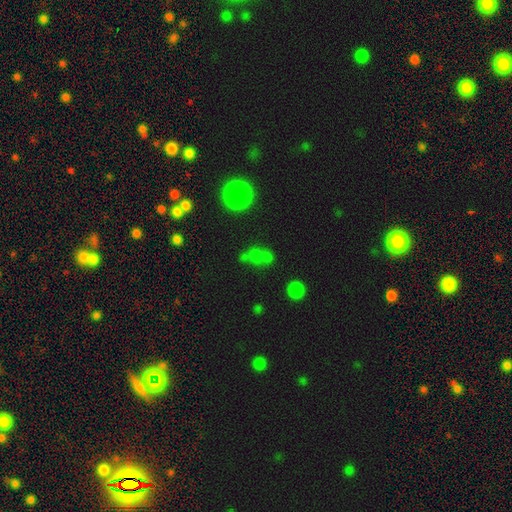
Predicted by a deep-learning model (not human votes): Smooth or featured: smooth — 61% (star or artifact — 23%)
How rounded: in between — 51% (round — 46%)
Merging: none — 44% (merger — 28%)